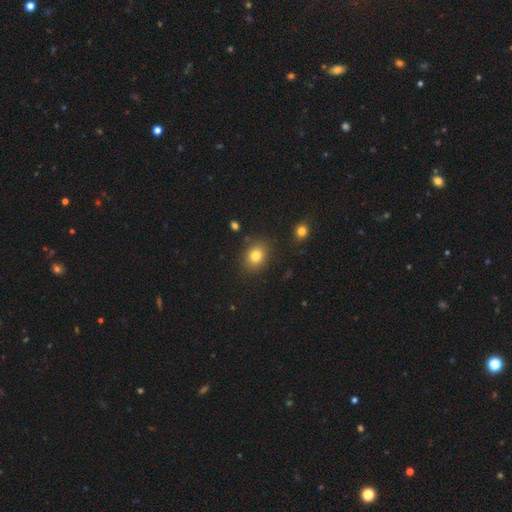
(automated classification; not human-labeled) Smooth or featured? Predicted: smooth (p=0.80). How rounded? Predicted: in between (p=0.50). Merging? Predicted: none (p=0.85).